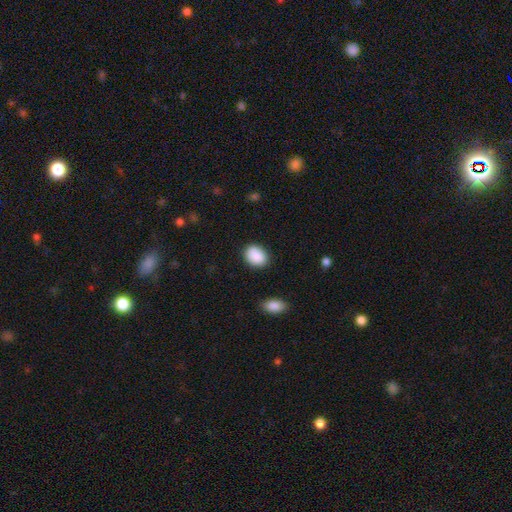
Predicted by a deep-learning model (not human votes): Smooth or featured: smooth — 89% (star or artifact — 7%)
How rounded: in between — 60% (round — 39%)
Merging: none — 83% (minor disturbance — 12%)